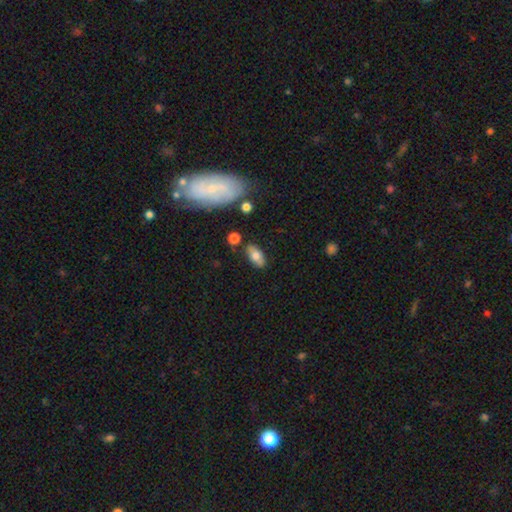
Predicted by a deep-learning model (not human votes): Smooth or featured?
  - smooth: 71% *
  - featured or disk: 21%
  - star or artifact: 8%
How rounded?
  - in between: 86% *
  - cigar-shaped: 10%
  - round: 4%
Merging?
  - none: 80% *
  - minor disturbance: 13%
  - merger: 4%
  - major disturbance: 3%